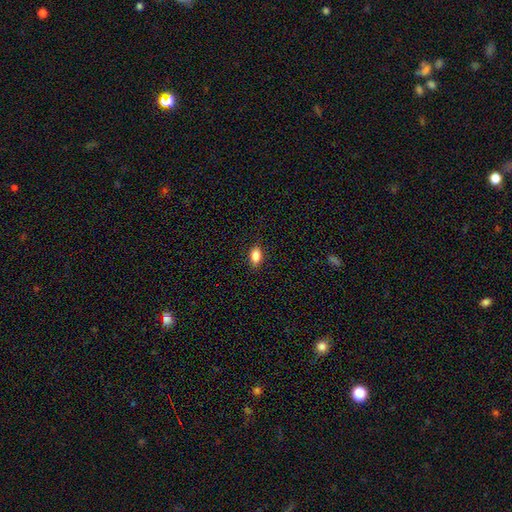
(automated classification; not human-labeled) Smooth or featured? Predicted: smooth (p=0.83). How rounded? Predicted: in between (p=0.86). Merging? Predicted: none (p=0.88).